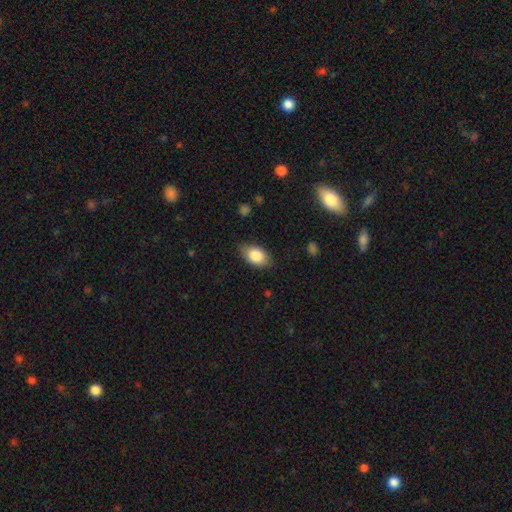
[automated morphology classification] Smooth or featured: smooth — 83% (featured or disk — 9%)
How rounded: in between — 88% (round — 10%)
Merging: none — 78% (minor disturbance — 17%)